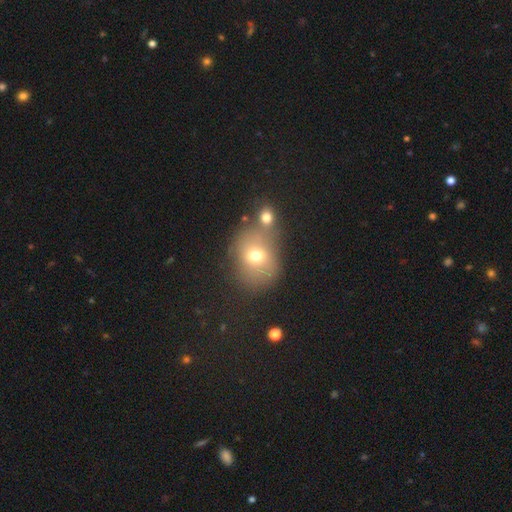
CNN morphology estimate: Smooth or featured? Predicted: smooth (p=0.67). How rounded? Predicted: round (p=0.59). Merging? Predicted: none (p=0.45).